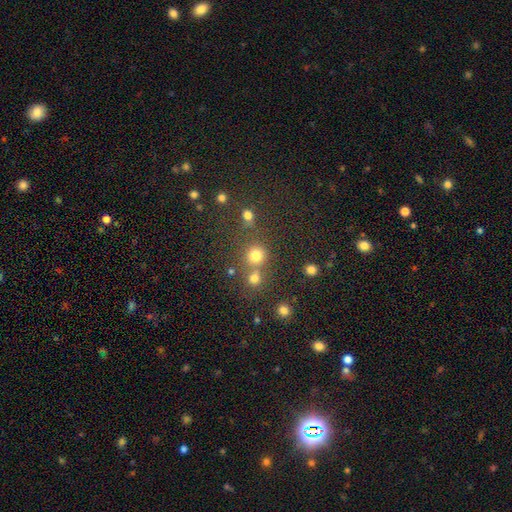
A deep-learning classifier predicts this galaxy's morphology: The model was most divided on "merging": none: 64%, merger: 25%, minor disturbance: 7%, major disturbance: 4%. More confident: how rounded — round (89%); smooth or featured — smooth (77%).